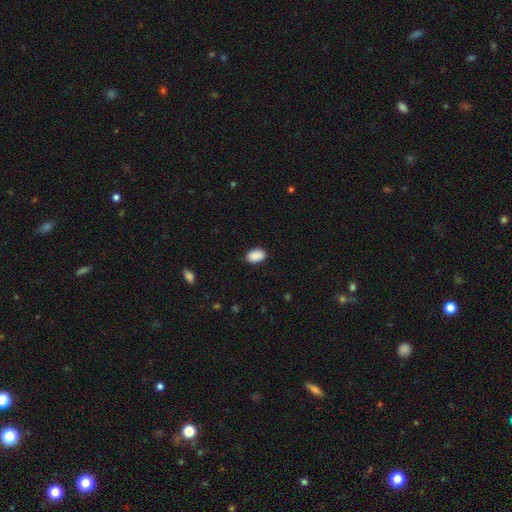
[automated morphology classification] smooth 90%, star or artifact 7%, featured or disk 3%. Down the decision tree: how rounded — in between (90%); merging — none (85%).